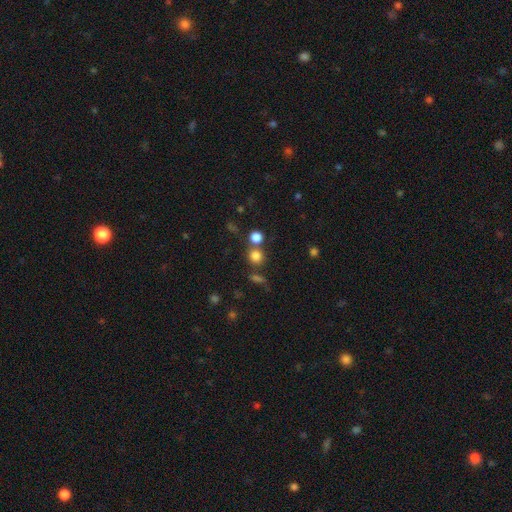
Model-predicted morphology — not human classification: A smooth galaxy with no disk features (79%) that is round (88%).

Vote fractions:
- Smooth or featured? smooth: 79% / star or artifact: 15% / featured or disk: 6%
- How rounded? round: 88% / in between: 11% / cigar-shaped: 1%
- Merging? none: 64% / merger: 24% / minor disturbance: 8% / major disturbance: 4%